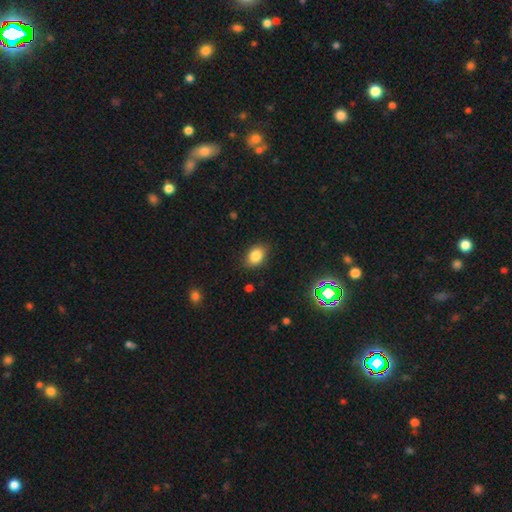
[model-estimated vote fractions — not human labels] smooth-or-featured: smooth: 82% | star or artifact: 11% | featured or disk: 7%
  how-rounded: in between: 74% | round: 25% | cigar-shaped: 1%
  merging: none: 84% | minor disturbance: 12% | major disturbance: 3% | merger: 1%